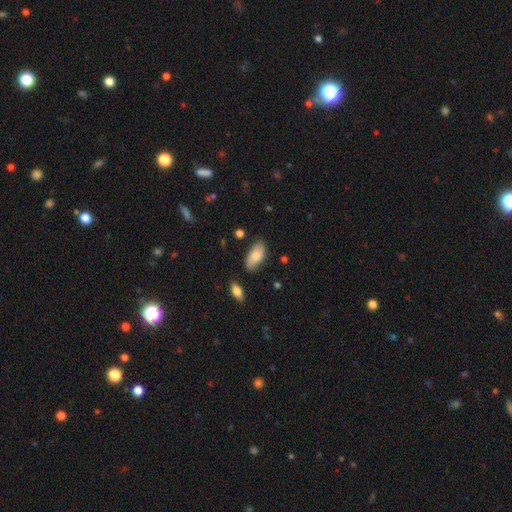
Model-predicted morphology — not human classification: Overall: smooth (82%). How rounded: in between (92%). Merging: none (78%).